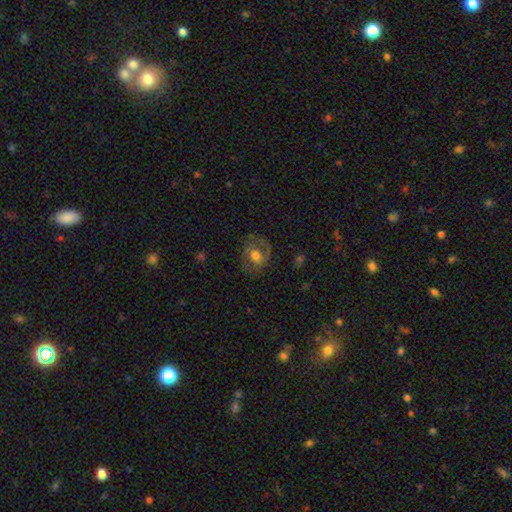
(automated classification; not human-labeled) Q: Smooth or featured?
A: smooth (50%); runner-up: featured or disk (41%)
Q: Merging?
A: none (66%); runner-up: minor disturbance (19%)